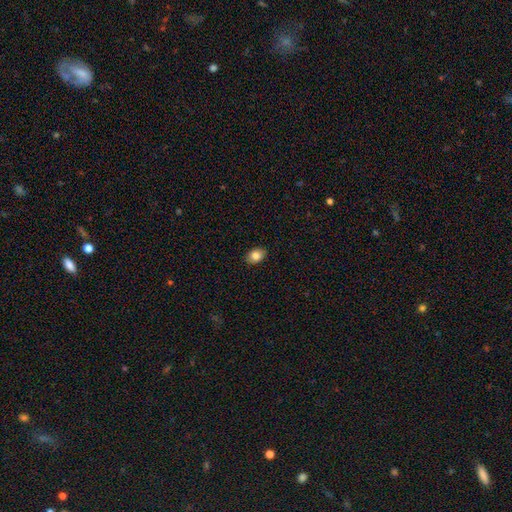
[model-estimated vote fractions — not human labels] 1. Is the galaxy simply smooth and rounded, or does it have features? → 85% smooth, 8% star or artifact, 7% featured or disk.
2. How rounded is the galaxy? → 75% in between, 24% round, 1% cigar-shaped.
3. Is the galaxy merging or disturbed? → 89% none, 8% minor disturbance, 2% major disturbance, 1% merger.